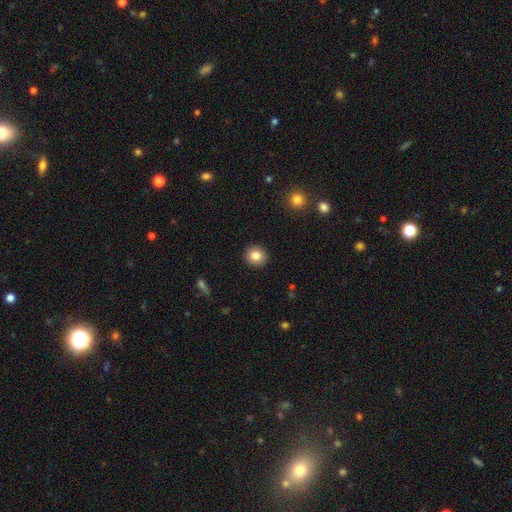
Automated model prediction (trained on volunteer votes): smooth 82%, star or artifact 10%, featured or disk 8%. Down the decision tree: how rounded — round (92%); merging — none (92%).